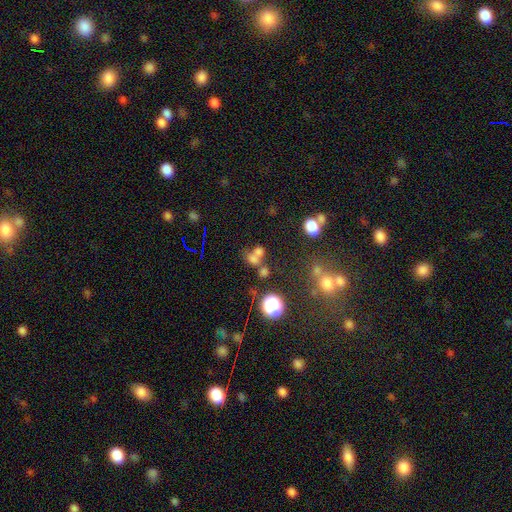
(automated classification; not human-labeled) Overall: smooth (60%; star or artifact 25%). How rounded: round (69%). Merging: merger (50%; none 37%).